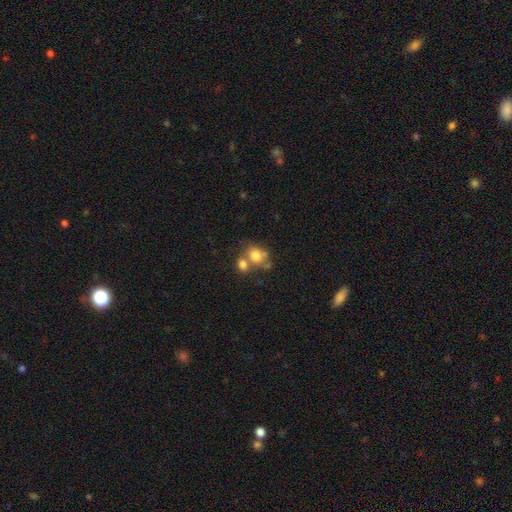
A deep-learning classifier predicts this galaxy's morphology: smooth-or-featured: smooth: 73% | featured or disk: 15% | star or artifact: 11%
  how-rounded: round: 61% | in between: 38% | cigar-shaped: 1%
  merging: merger: 46% | none: 39% | minor disturbance: 10% | major disturbance: 5%